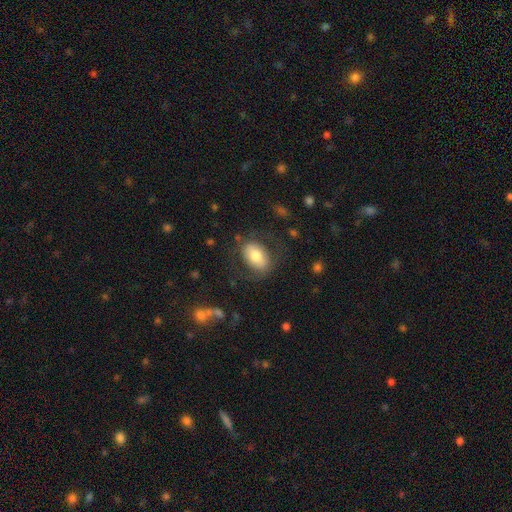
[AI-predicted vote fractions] This appears to be a smooth galaxy with no disk features (67%) that is in between round and cigar-shaped (86%). Merging: none (71%).